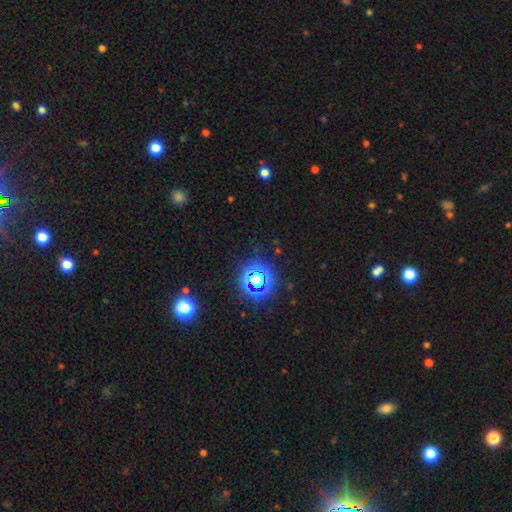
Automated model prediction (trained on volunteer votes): Morphology: type=star or artifact (77%).